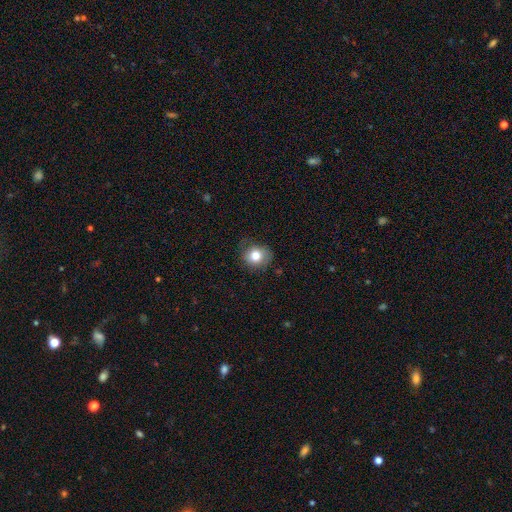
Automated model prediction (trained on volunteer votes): This is likely a smooth galaxy (78%). How rounded: likely round (77%). Merging: likely none (70%).